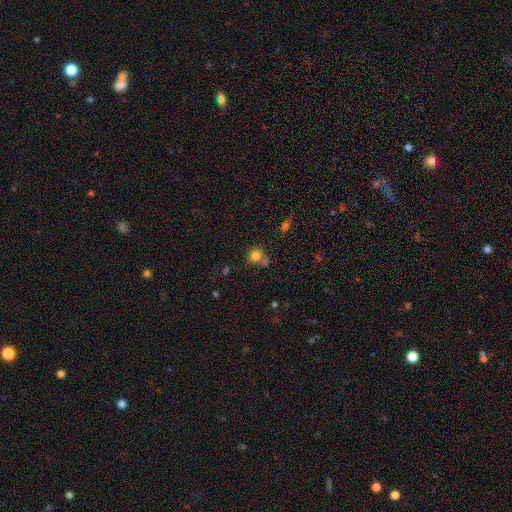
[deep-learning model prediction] smooth-or-featured: smooth: 79% | star or artifact: 13% | featured or disk: 7%
  how-rounded: round: 86% | in between: 13% | cigar-shaped: 1%
  merging: none: 60% | merger: 23% | minor disturbance: 12% | major disturbance: 5%